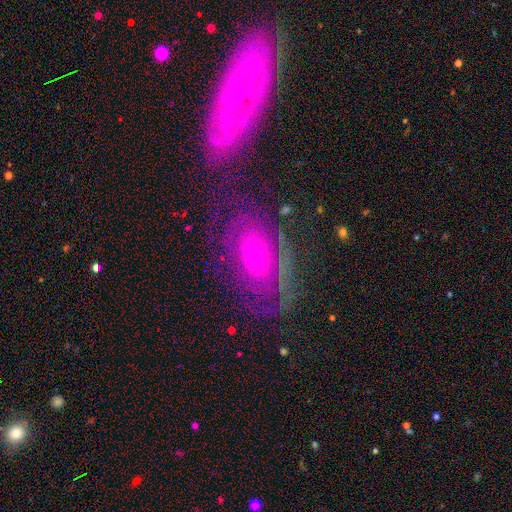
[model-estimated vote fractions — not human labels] Smooth or featured? Predicted: featured or disk (p=0.76). Edge-on disk? Predicted: no (p=0.95). Bar? Predicted: no (p=0.83). Spiral arms? Predicted: yes (p=0.77). Spiral winding? Predicted: tight (p=0.71). Spiral arm count? Predicted: can't tell (p=0.48). Bulge size? Predicted: small (p=0.74). Merging? Predicted: none (p=0.65).